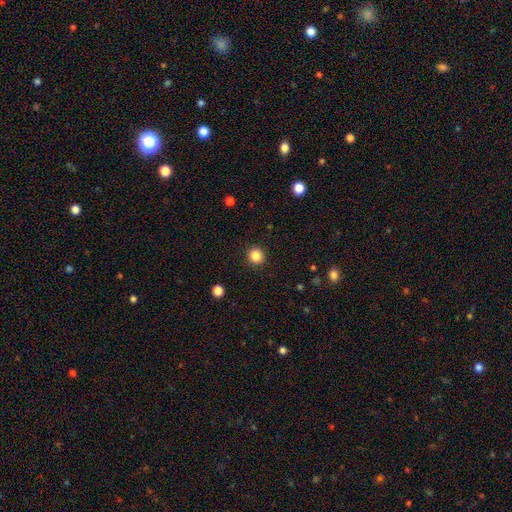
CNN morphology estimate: A smooth galaxy with no disk features (86%) that is round (93%). Merging: none (92%).